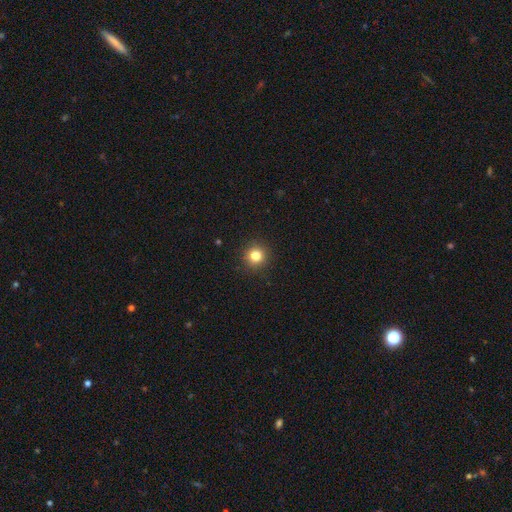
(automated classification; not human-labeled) This appears to be a smooth galaxy with no disk features (82%) that is round (94%). Merging: none (92%).